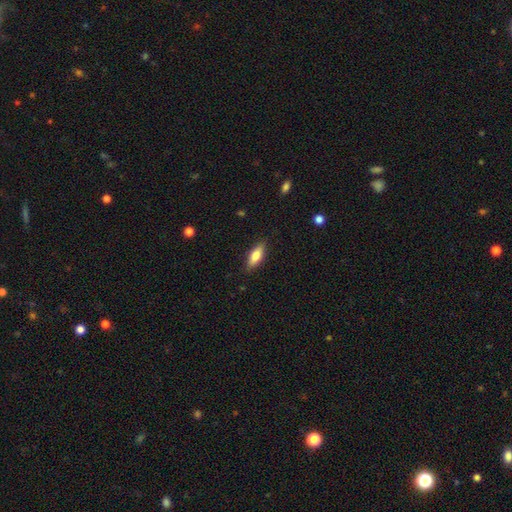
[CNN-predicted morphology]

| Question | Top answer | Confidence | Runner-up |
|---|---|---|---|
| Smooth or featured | smooth | 75% | featured or disk (18%) |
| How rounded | in between | 66% | cigar-shaped (32%) |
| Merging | none | 86% | minor disturbance (11%) |